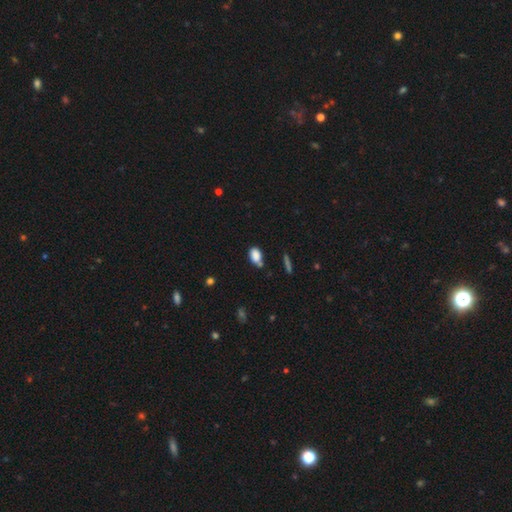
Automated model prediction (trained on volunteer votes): This is clearly a smooth galaxy (85%). How rounded: clearly in between (87%). Merging: possibly none (59%).